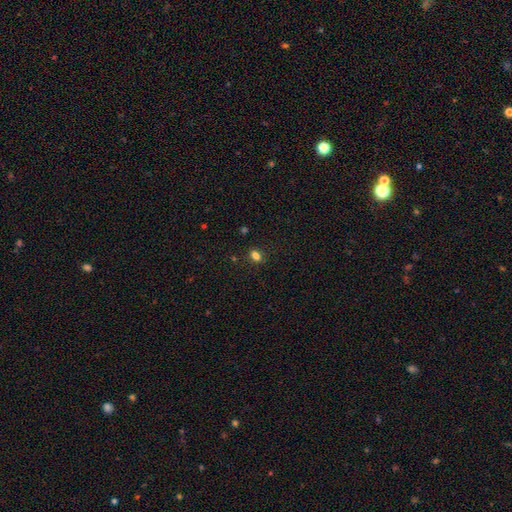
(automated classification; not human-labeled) Smooth or featured?
  - smooth: 79% *
  - star or artifact: 15%
  - featured or disk: 6%
How rounded?
  - in between: 66% *
  - round: 32%
  - cigar-shaped: 2%
Merging?
  - none: 85% *
  - minor disturbance: 11%
  - major disturbance: 3%
  - merger: 2%